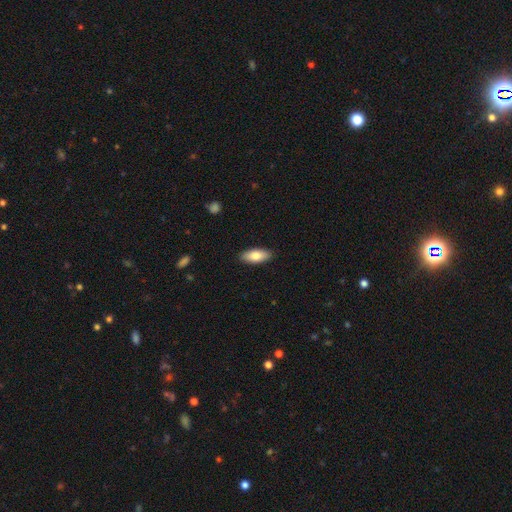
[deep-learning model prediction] This appears to be a smooth galaxy with no disk features (80%) that is in between round and cigar-shaped (82%). Merging: none (89%).